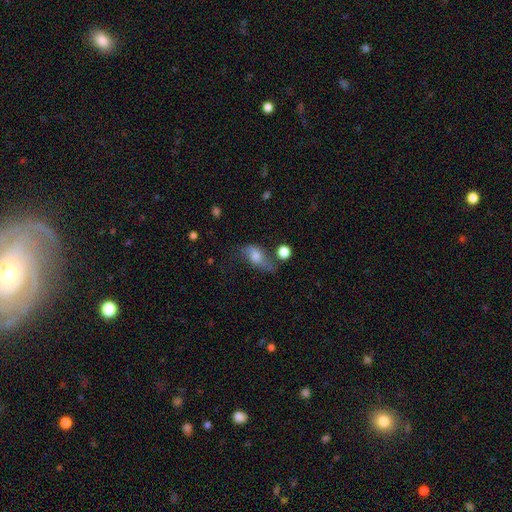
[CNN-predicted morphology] Overall: smooth (51%; featured or disk 36%). How rounded: in between (79%). Merging: none (43%; minor disturbance 27%).